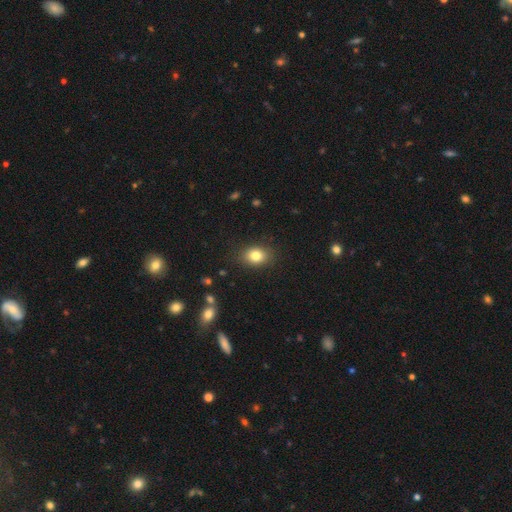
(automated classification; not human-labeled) Overall: smooth (82%). How rounded: in between (64%; round 35%). Merging: none (86%).